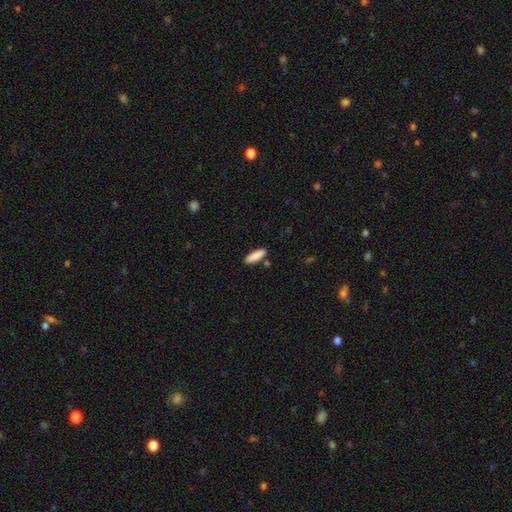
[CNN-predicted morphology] smooth_or_featured: smooth (p=0.88) [alt: featured or disk p=0.06]
how_rounded: cigar-shaped (p=0.50) [alt: in between p=0.49]
merging: none (p=0.84) [alt: minor disturbance p=0.09]